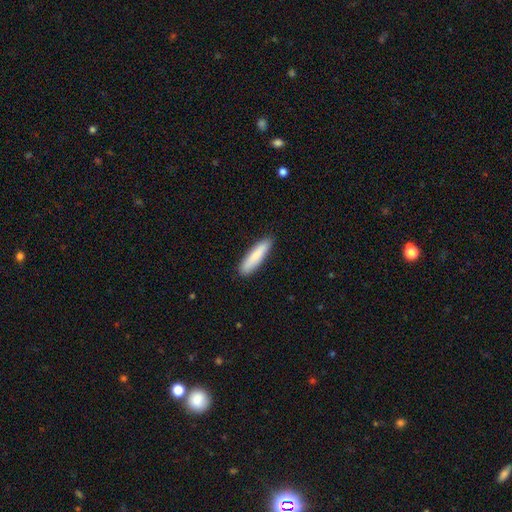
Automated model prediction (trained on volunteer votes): A smooth galaxy with no disk features (84%) that is cigar-shaped (81%). Merging: none (89%).